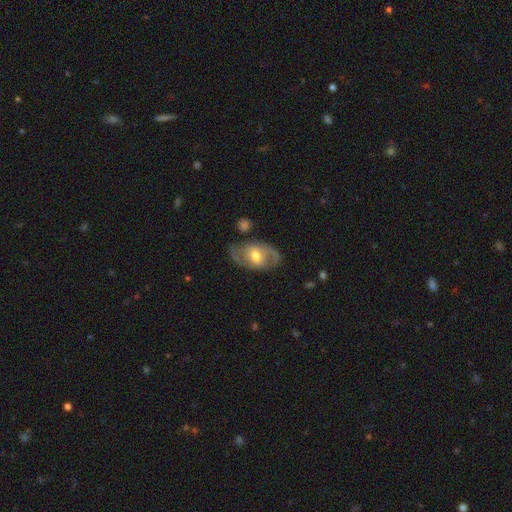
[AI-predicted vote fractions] This appears to be a featured or disk galaxy (69%) with a weak bar (45%), spiral arms (71%) and a moderate central bulge (68%). Merging: none (72%).